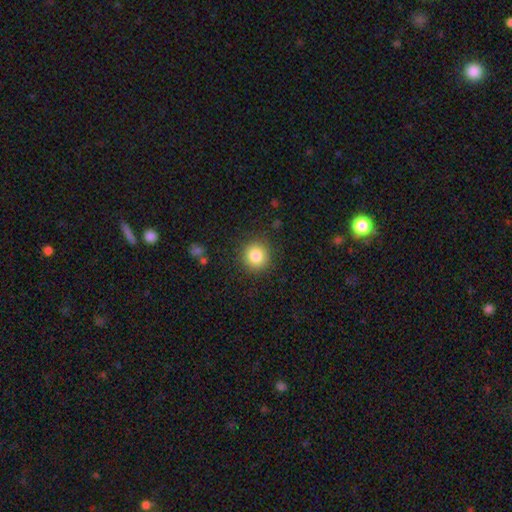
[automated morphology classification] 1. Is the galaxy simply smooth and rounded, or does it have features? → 83% smooth, 10% star or artifact, 6% featured or disk.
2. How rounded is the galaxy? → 93% round, 6% in between, 1% cigar-shaped.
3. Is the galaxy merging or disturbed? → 89% none, 7% minor disturbance, 3% major disturbance, 1% merger.